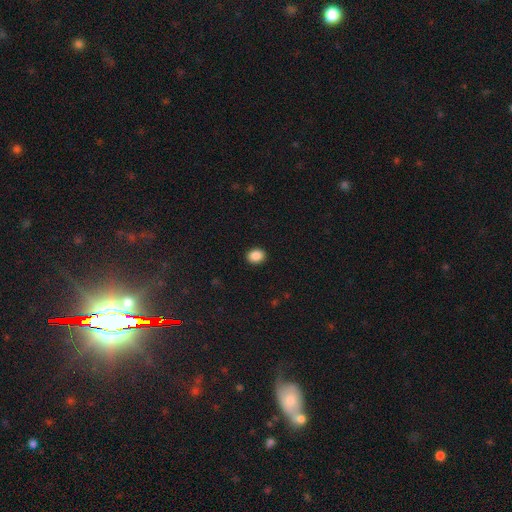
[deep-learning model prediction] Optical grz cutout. It shows a smooth galaxy with no disk features (88%) that is round (56%). Merging: none (92%).